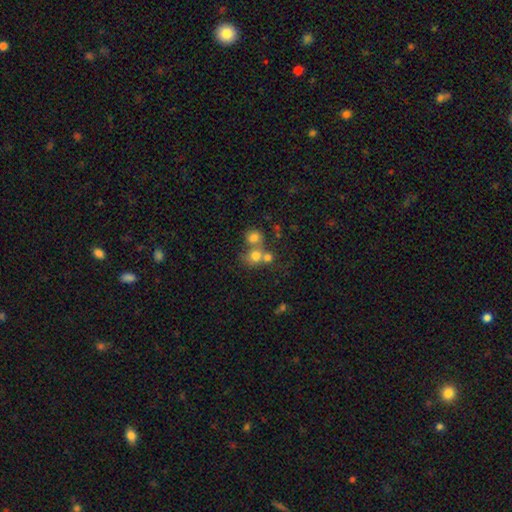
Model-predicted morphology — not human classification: Q: Smooth or featured?
A: smooth (71%); runner-up: star or artifact (15%)
Q: How rounded?
A: round (81%); runner-up: in between (18%)
Q: Merging?
A: merger (49%); runner-up: none (40%)